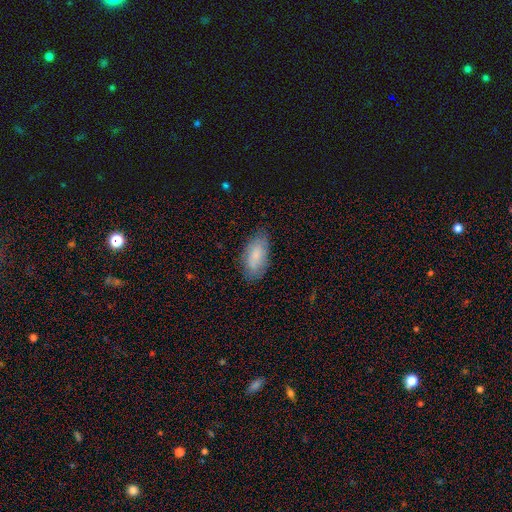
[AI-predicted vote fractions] Smooth or featured?
  - smooth: 77% *
  - featured or disk: 16%
  - star or artifact: 7%
How rounded?
  - in between: 92% *
  - cigar-shaped: 5%
  - round: 2%
Merging?
  - none: 75% *
  - minor disturbance: 19%
  - major disturbance: 4%
  - merger: 1%